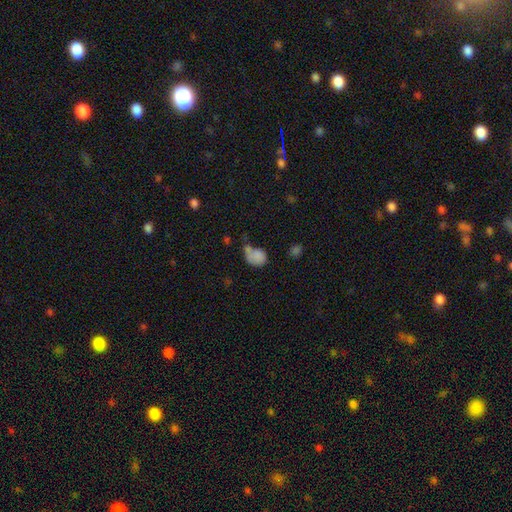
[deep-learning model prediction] Q: Smooth or featured?
A: smooth (79%); runner-up: featured or disk (11%)
Q: How rounded?
A: in between (50%); runner-up: round (49%)
Q: Merging?
A: none (33%); runner-up: merger (28%)